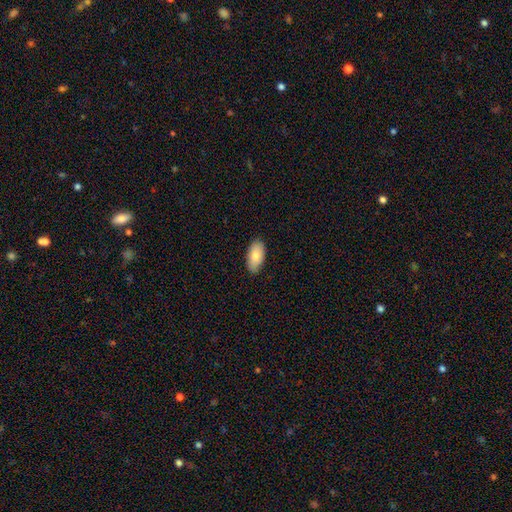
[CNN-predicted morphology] smooth_or_featured: smooth (p=0.83) [alt: featured or disk p=0.11]
how_rounded: in between (p=0.94) [alt: cigar-shaped p=0.04]
merging: none (p=0.87) [alt: minor disturbance p=0.10]